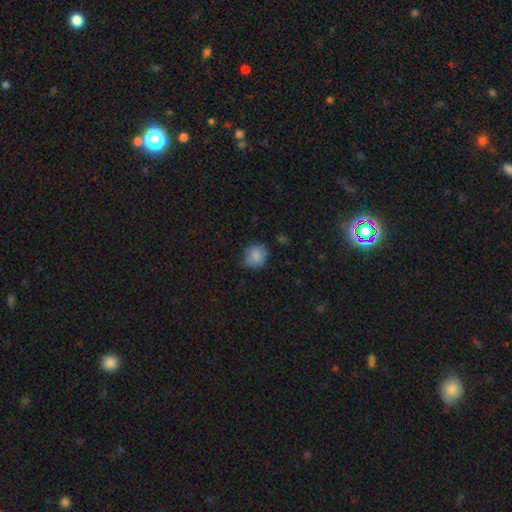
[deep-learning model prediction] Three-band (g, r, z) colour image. It shows a smooth galaxy with no disk features (85%) that is round (79%). Merging: none (71%).